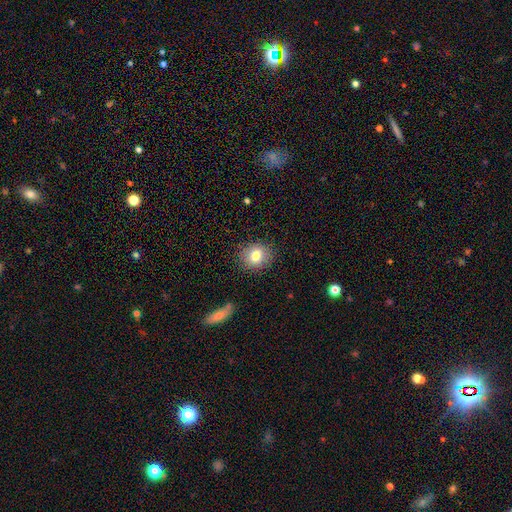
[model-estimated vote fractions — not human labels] Q: Smooth or featured?
A: smooth (79%); runner-up: featured or disk (11%)
Q: How rounded?
A: round (73%); runner-up: in between (26%)
Q: Merging?
A: none (87%); runner-up: minor disturbance (9%)